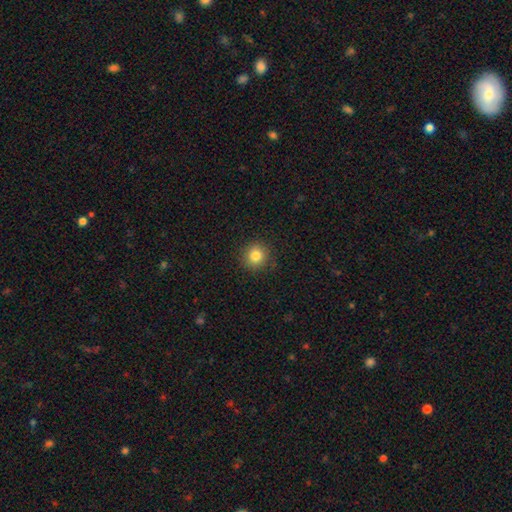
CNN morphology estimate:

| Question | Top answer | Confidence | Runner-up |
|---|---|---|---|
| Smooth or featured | smooth | 83% | star or artifact (11%) |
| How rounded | round | 91% | in between (8%) |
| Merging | none | 89% | minor disturbance (7%) |